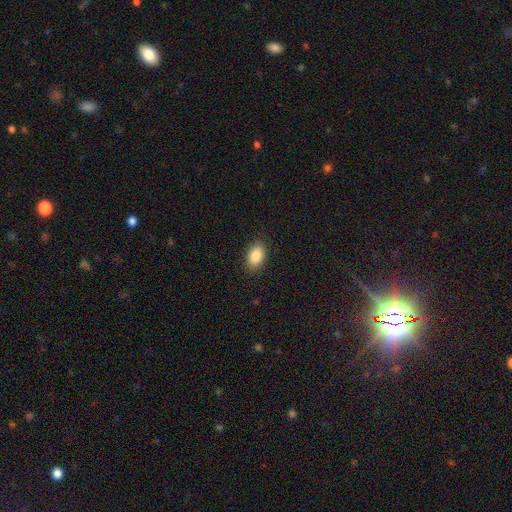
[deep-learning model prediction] A smooth galaxy with no disk features (87%) that is in between round and cigar-shaped (91%). Merging: none (88%).